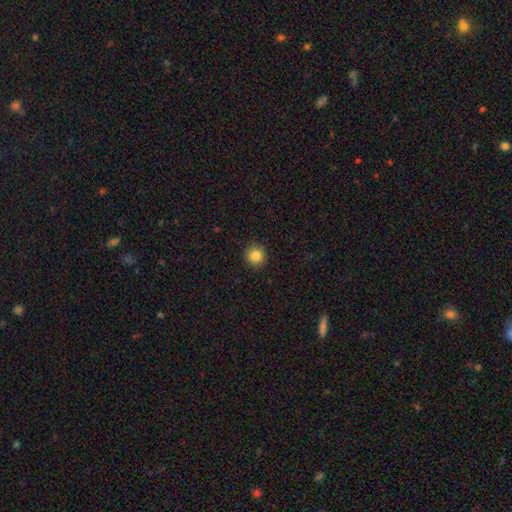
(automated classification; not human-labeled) smooth-or-featured: smooth: 85% | star or artifact: 10% | featured or disk: 5%
  how-rounded: round: 94% | in between: 5% | cigar-shaped: 1%
  merging: none: 92% | minor disturbance: 5% | major disturbance: 2% | merger: 1%